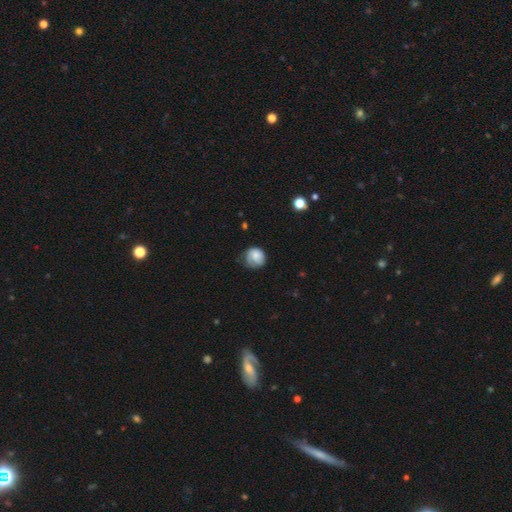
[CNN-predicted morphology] Smooth or featured? Predicted: smooth (p=0.68). How rounded? Predicted: round (p=0.82). Merging? Predicted: none (p=0.56).